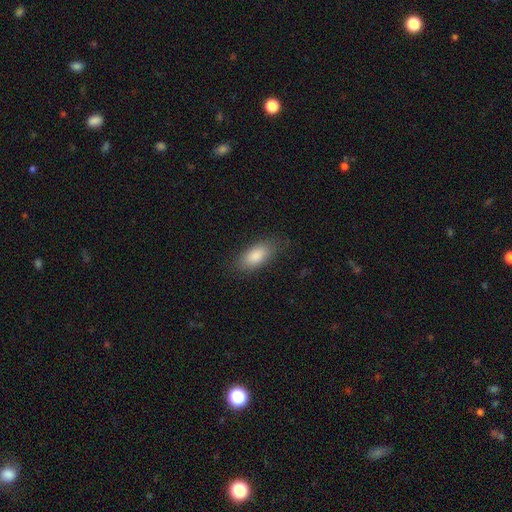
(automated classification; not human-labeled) This is clearly a smooth galaxy (86%). How rounded: clearly in between (87%). Merging: likely none (79%).